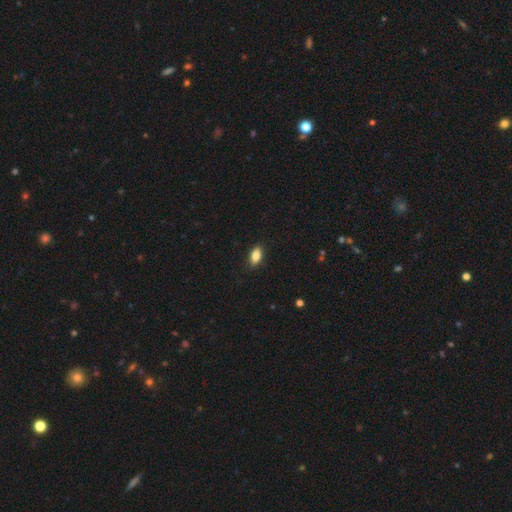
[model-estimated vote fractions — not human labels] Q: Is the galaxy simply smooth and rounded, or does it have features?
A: smooth — 82%.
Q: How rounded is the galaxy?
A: in between — 87%.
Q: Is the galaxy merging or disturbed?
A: none — 87%.